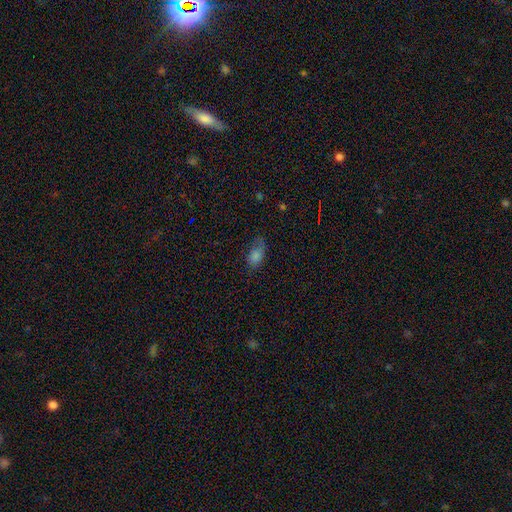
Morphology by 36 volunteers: A smooth galaxy with no disk features (72%) that is in between round and cigar-shaped (85%). Merging: none (47%).